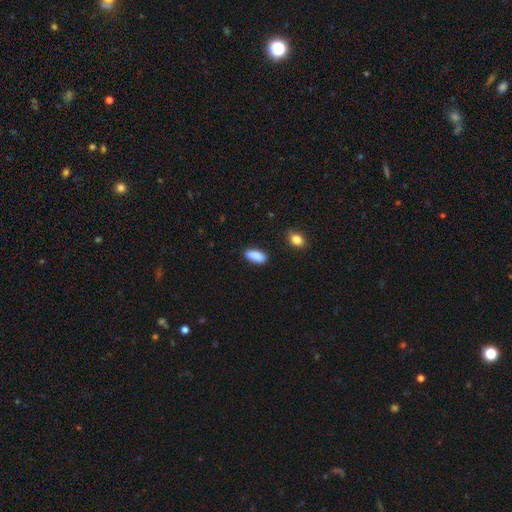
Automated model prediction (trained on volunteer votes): A smooth galaxy with no disk features (88%) that is in between round and cigar-shaped (80%). Merging: none (80%).